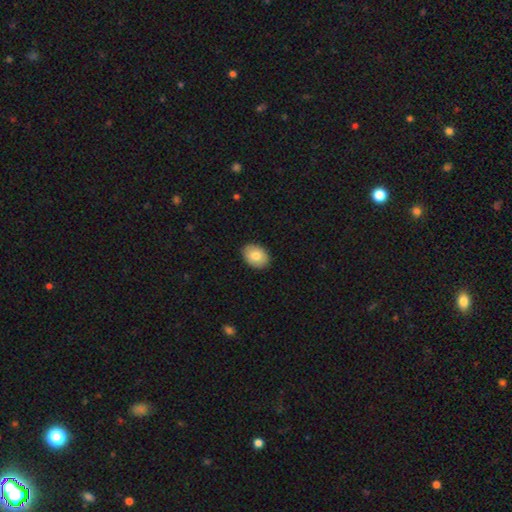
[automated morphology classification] Overall: smooth (81%). How rounded: in between (79%). Merging: none (89%).